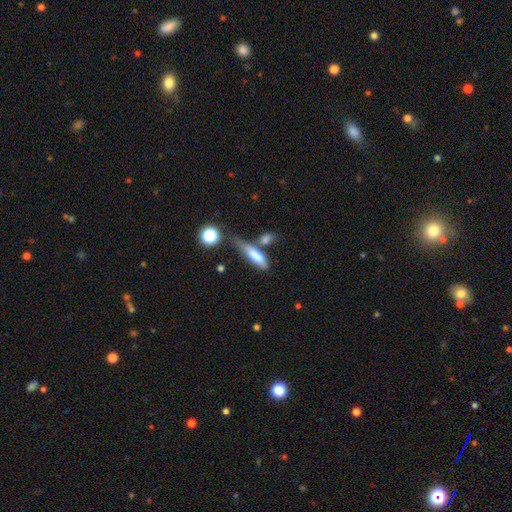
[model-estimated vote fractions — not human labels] Smooth or featured? Predicted: smooth (p=0.74). How rounded? Predicted: cigar-shaped (p=0.62). Merging? Predicted: none (p=0.42).